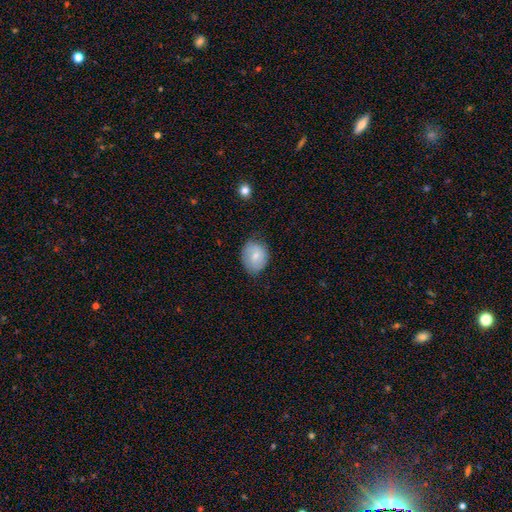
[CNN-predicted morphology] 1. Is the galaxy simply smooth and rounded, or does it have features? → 71% smooth, 22% featured or disk, 7% star or artifact.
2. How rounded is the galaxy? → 55% round, 44% in between, 1% cigar-shaped.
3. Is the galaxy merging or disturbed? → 70% none, 24% minor disturbance, 5% major disturbance, 1% merger.